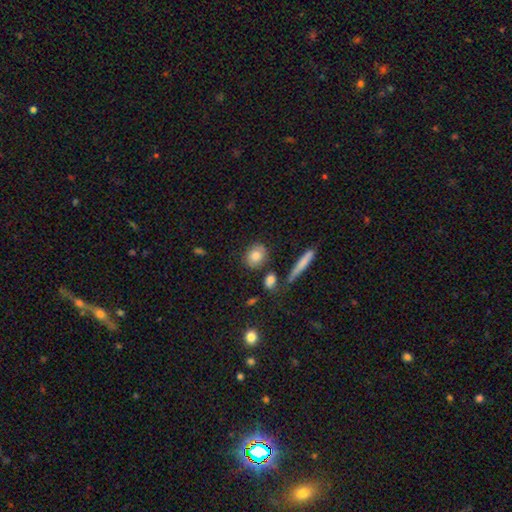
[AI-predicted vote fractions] Smooth or featured? Predicted: smooth (p=0.80). How rounded? Predicted: round (p=0.52). Merging? Predicted: none (p=0.78).